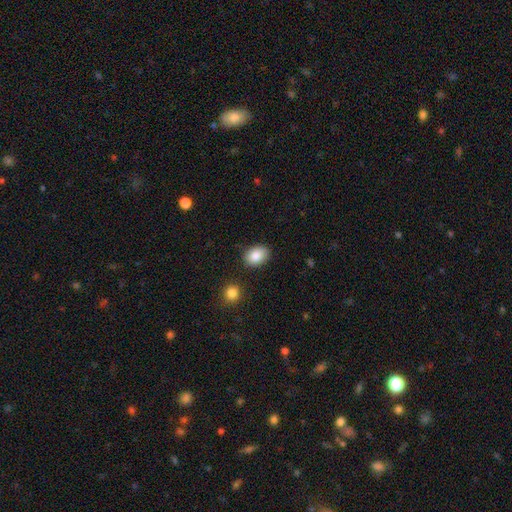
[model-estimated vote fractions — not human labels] smooth_or_featured: smooth (p=0.86) [alt: star or artifact p=0.07]
how_rounded: in between (p=0.78) [alt: round p=0.21]
merging: none (p=0.84) [alt: minor disturbance p=0.10]